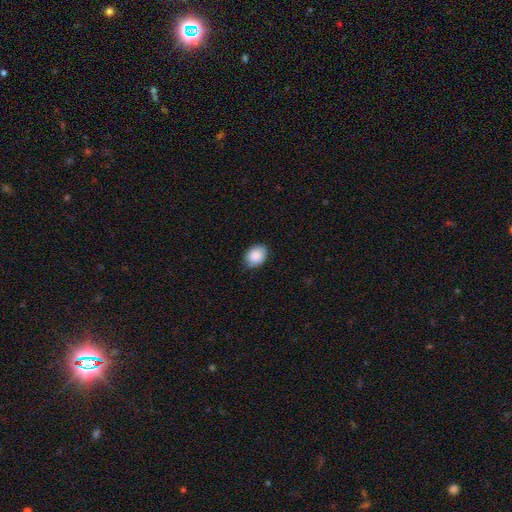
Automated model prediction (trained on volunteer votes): Smooth or featured: smooth — 88% (star or artifact — 7%)
How rounded: in between — 69% (round — 30%)
Merging: none — 81% (minor disturbance — 15%)